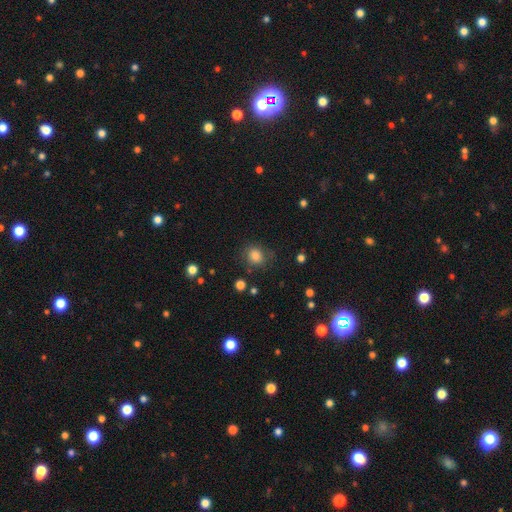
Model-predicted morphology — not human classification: Q: Smooth or featured?
A: smooth (81%); runner-up: star or artifact (12%)
Q: How rounded?
A: round (76%); runner-up: in between (23%)
Q: Merging?
A: none (75%); runner-up: minor disturbance (16%)